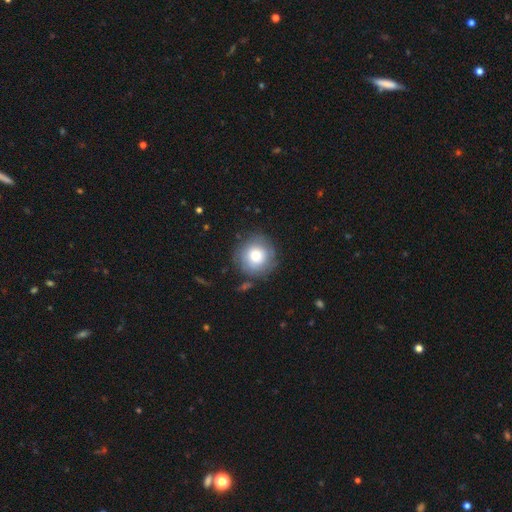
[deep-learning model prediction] Smooth or featured?
  - smooth: 70% *
  - featured or disk: 21%
  - star or artifact: 9%
How rounded?
  - round: 94% *
  - in between: 5%
  - cigar-shaped: 1%
Merging?
  - none: 79% *
  - minor disturbance: 14%
  - major disturbance: 5%
  - merger: 2%